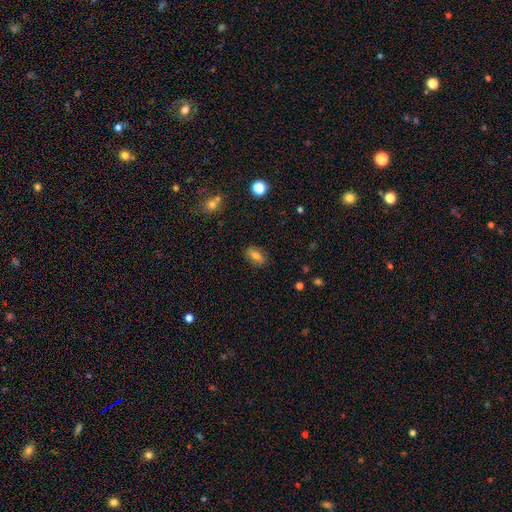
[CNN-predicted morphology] This appears to be a smooth galaxy with no disk features (76%) that is in between round and cigar-shaped (83%). Merging: none (85%).